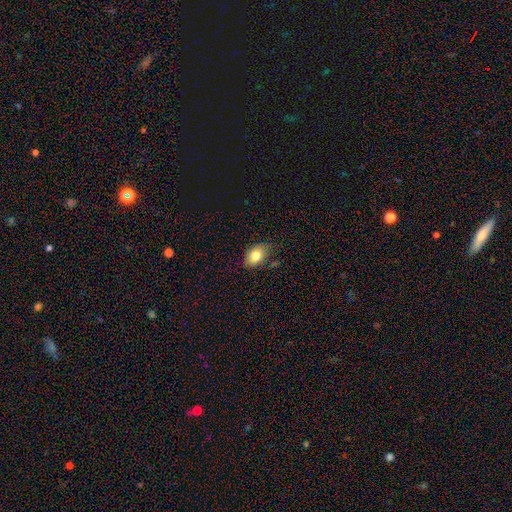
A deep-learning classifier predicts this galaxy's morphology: This appears to be a smooth galaxy with no disk features (80%) that is in between round and cigar-shaped (84%). Merging: none (72%).